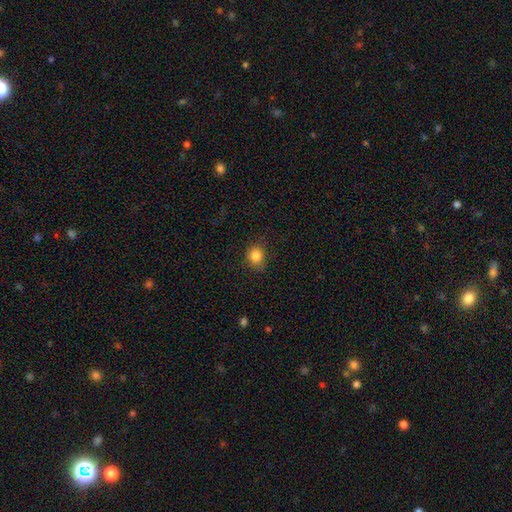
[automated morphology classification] A smooth galaxy with no disk features (84%) that is round (70%). Merging: none (81%).